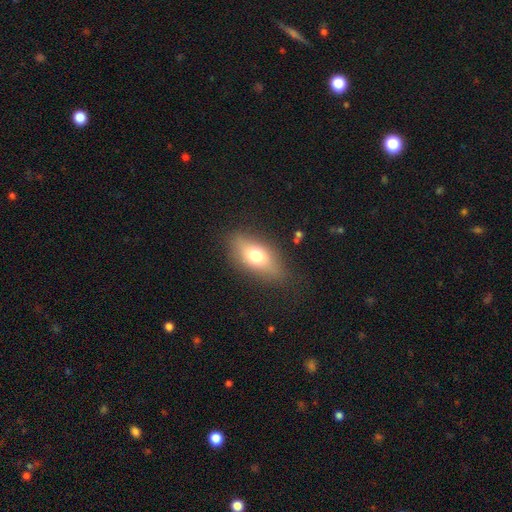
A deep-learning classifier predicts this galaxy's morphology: This appears to be a smooth galaxy with no disk features (68%) that is in between round and cigar-shaped (80%). Merging: none (81%).